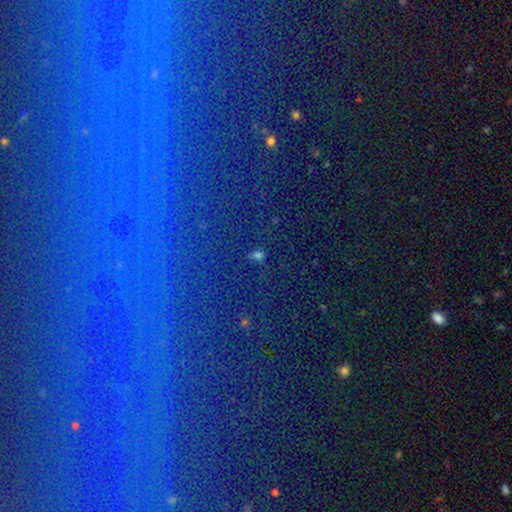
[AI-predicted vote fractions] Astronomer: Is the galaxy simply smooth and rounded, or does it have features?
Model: star or artifact — 74%.